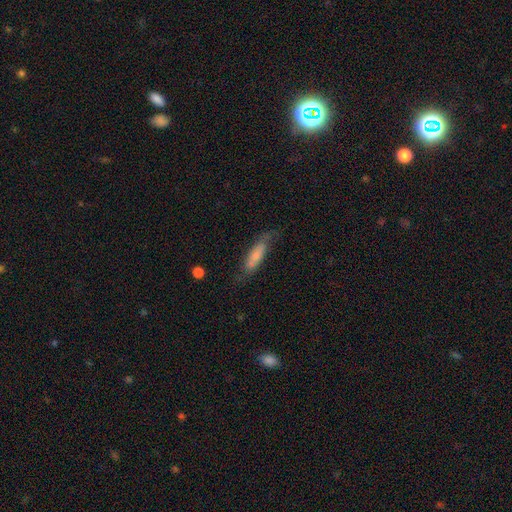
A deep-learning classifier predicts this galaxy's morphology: This is likely a smooth galaxy (65%). How rounded: likely cigar-shaped (63%). Merging: possibly none (58%).